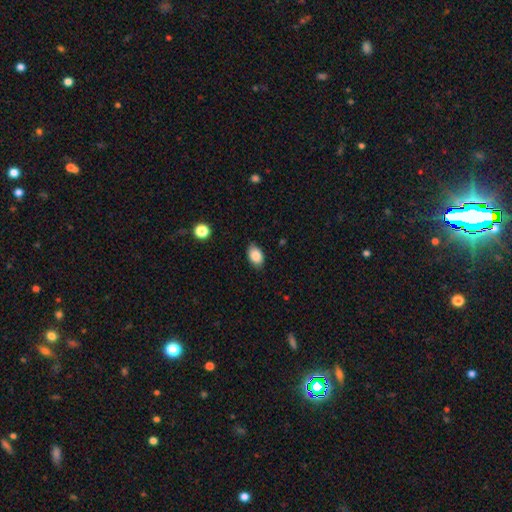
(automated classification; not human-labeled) smooth-or-featured: smooth: 87% | star or artifact: 8% | featured or disk: 5%
  how-rounded: in between: 88% | round: 10% | cigar-shaped: 1%
  merging: none: 82% | minor disturbance: 14% | major disturbance: 3% | merger: 1%